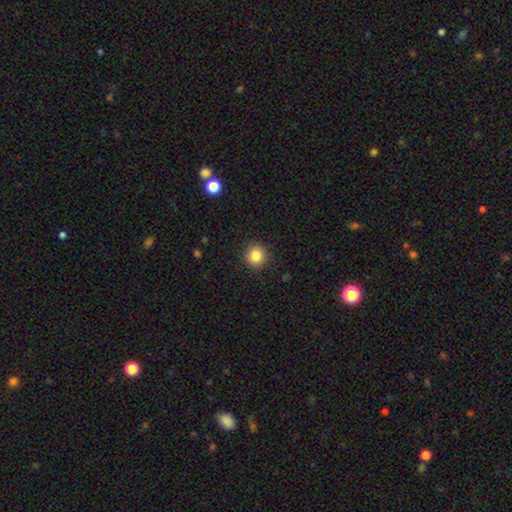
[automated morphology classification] This is clearly a smooth galaxy (85%). How rounded: clearly round (91%). Merging: clearly none (91%).